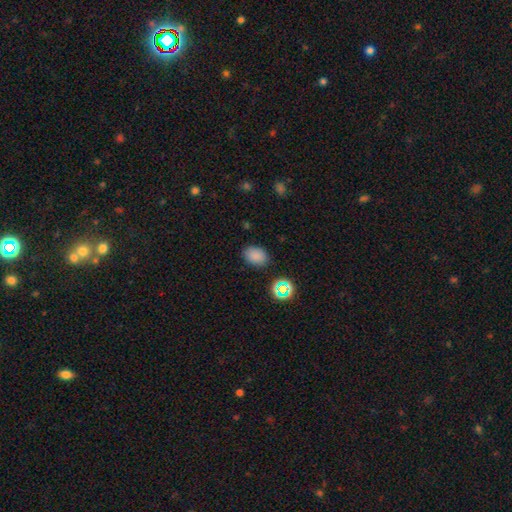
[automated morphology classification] Smooth or featured?
  - smooth: 80% *
  - star or artifact: 15%
  - featured or disk: 5%
How rounded?
  - in between: 73% *
  - round: 26%
  - cigar-shaped: 1%
Merging?
  - none: 83% *
  - minor disturbance: 12%
  - major disturbance: 3%
  - merger: 2%